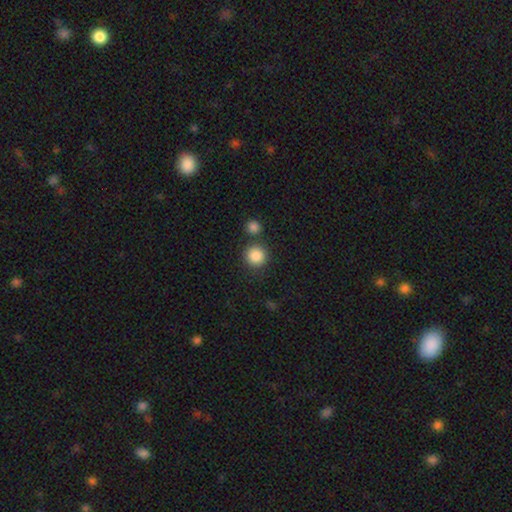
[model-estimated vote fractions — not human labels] Overall: smooth (87%). How rounded: round (93%). Merging: none (77%).